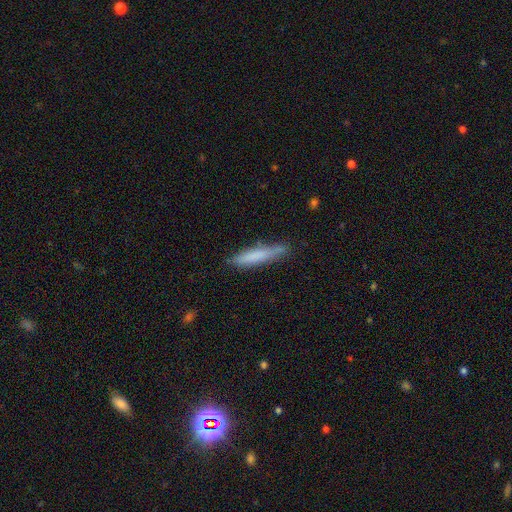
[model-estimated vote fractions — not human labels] Smooth or featured? smooth (76%)
How rounded? cigar-shaped (90%)
Merging? none (74%)